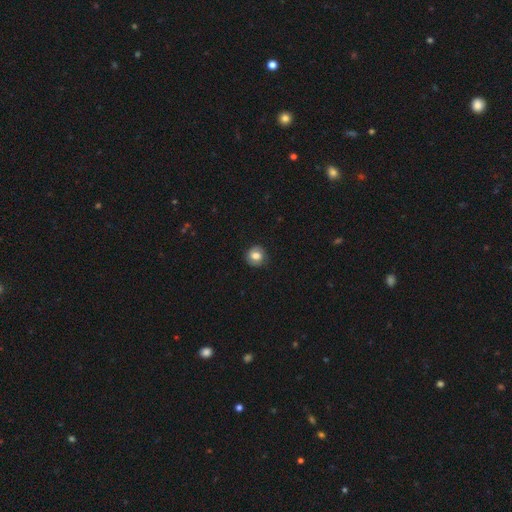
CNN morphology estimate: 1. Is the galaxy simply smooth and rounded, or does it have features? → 73% smooth, 18% featured or disk, 9% star or artifact.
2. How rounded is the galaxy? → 84% round, 15% in between, 1% cigar-shaped.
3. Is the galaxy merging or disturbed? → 86% none, 10% minor disturbance, 3% major disturbance, 1% merger.